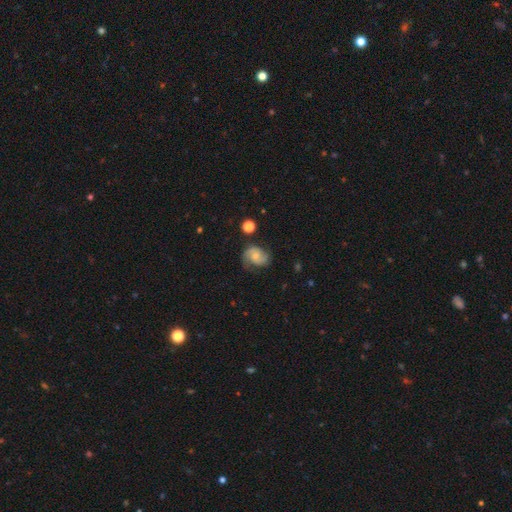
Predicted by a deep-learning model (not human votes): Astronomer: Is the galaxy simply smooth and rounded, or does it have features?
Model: featured or disk — 73%.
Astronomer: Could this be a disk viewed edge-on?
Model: no — 98%.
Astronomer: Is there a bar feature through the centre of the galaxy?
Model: no — 68%.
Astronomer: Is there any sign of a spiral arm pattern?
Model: yes — 94%.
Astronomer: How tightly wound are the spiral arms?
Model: medium — 47% (runner-up: tight, 28%).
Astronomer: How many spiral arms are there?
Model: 2 — 83%.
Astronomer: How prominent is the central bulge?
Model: small — 54% (runner-up: moderate, 36%).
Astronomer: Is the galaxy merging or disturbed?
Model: none — 68%.